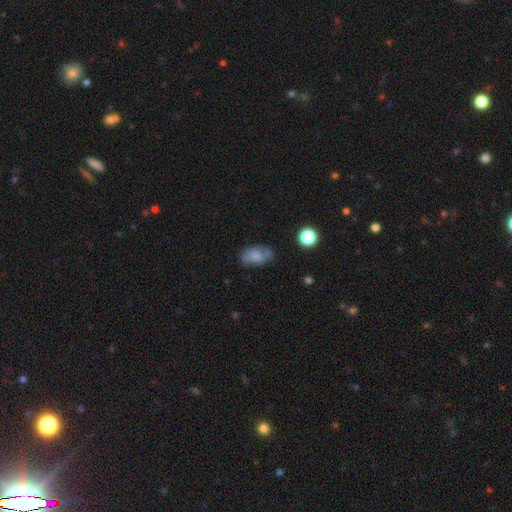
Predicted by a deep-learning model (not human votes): Smooth or featured? Predicted: smooth (p=0.56). How rounded? Predicted: in between (p=0.88). Merging? Predicted: none (p=0.60).